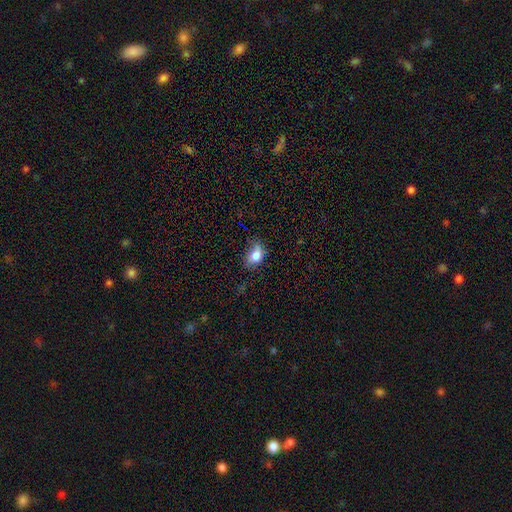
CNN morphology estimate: type=smooth (81%); roundness=in between (75%); merging=none (54%).